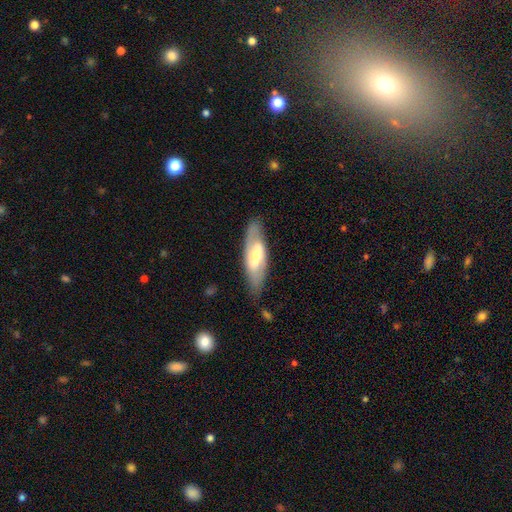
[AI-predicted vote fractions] The model was most divided on "smooth or featured": featured or disk: 57%, smooth: 38%, star or artifact: 6%. More confident: merging — none (78%); edge-on disk — no (69%).